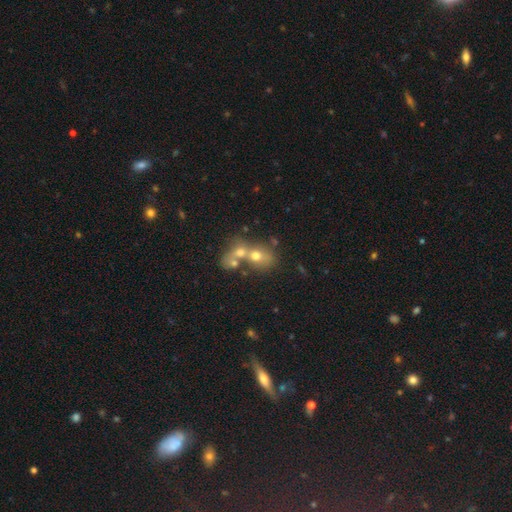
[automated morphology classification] smooth-or-featured: smooth: 50% | featured or disk: 29% | star or artifact: 21%
  merging: merger: 58% | none: 31% | minor disturbance: 7% | major disturbance: 4%